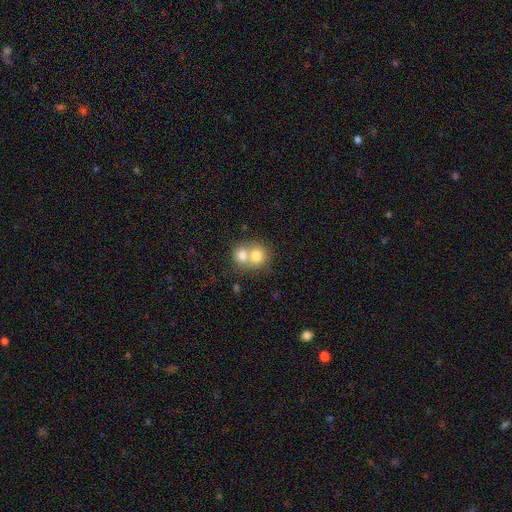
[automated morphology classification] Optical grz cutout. It shows a smooth galaxy with no disk features (74%) that is round (78%). Merging: merger (66%).